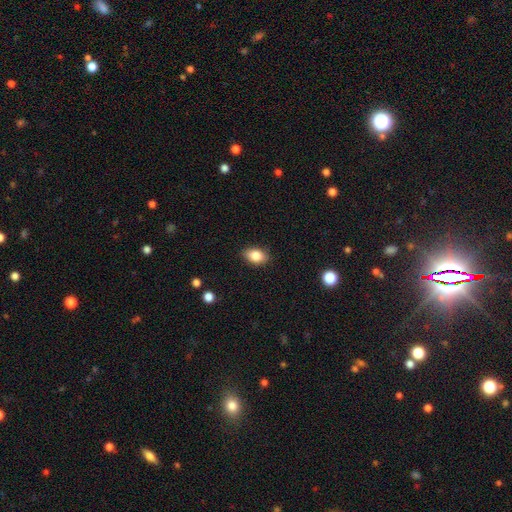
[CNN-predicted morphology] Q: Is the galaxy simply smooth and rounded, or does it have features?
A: smooth — 84%.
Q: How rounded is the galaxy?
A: in between — 85%.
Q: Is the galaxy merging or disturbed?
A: none — 86%.